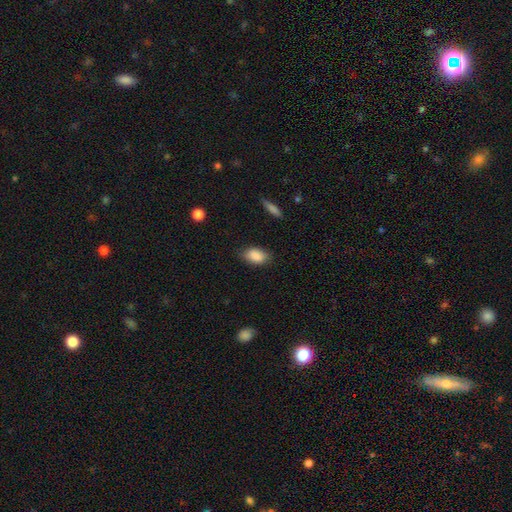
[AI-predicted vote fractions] This appears to be a smooth galaxy with no disk features (88%) that is in between round and cigar-shaped (91%). Merging: none (81%).